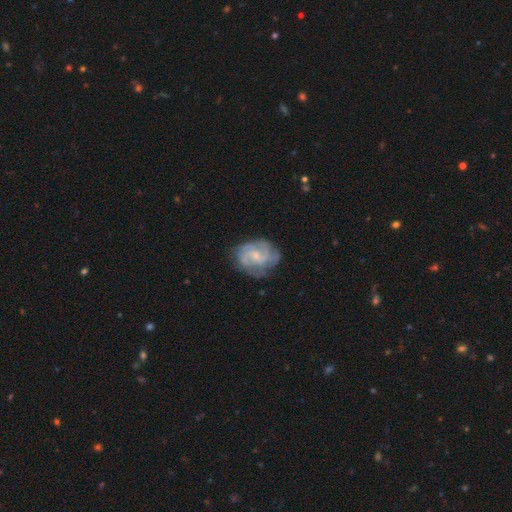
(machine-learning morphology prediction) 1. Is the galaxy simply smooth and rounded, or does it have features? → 78% featured or disk, 16% smooth, 6% star or artifact.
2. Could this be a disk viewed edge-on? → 98% no, 2% yes.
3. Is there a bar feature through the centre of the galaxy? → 59% no, 36% weak, 5% strong.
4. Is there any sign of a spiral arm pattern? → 90% yes, 10% no.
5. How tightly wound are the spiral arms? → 48% tight, 41% medium, 12% loose.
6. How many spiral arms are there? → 30% can't tell, 29% 2, 24% 3, 8% 4, 4% 1, 4% more than 4.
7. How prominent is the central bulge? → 57% small, 33% moderate, 7% none, 2% large, 1% dominant.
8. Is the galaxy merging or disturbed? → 67% none, 22% minor disturbance, 9% major disturbance, 1% merger.